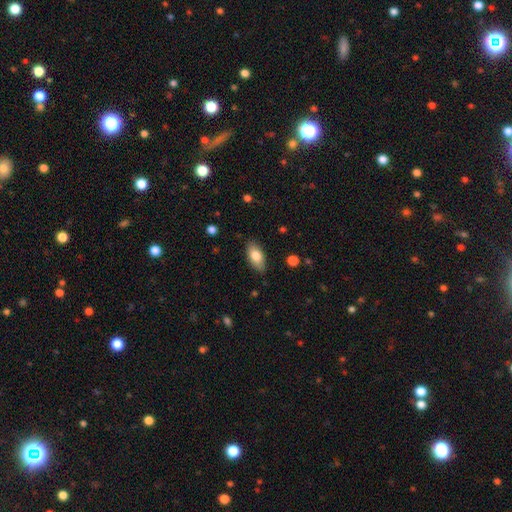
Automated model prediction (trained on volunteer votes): This is likely a smooth galaxy (79%). How rounded: clearly in between (91%). Merging: clearly none (85%).